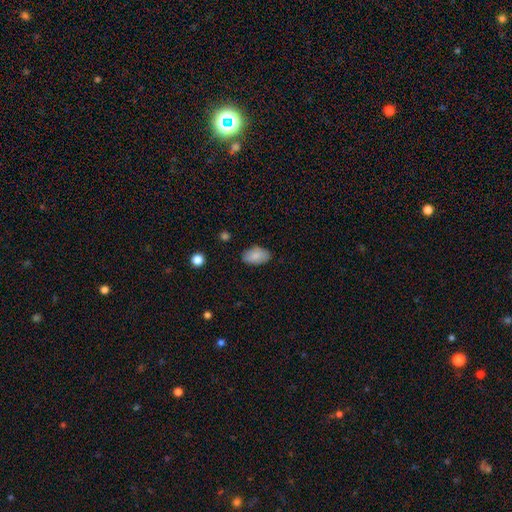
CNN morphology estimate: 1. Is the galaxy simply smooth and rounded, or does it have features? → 85% smooth, 8% featured or disk, 7% star or artifact.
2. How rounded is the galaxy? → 93% in between, 6% round, 1% cigar-shaped.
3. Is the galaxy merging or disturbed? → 83% none, 13% minor disturbance, 3% major disturbance, 1% merger.